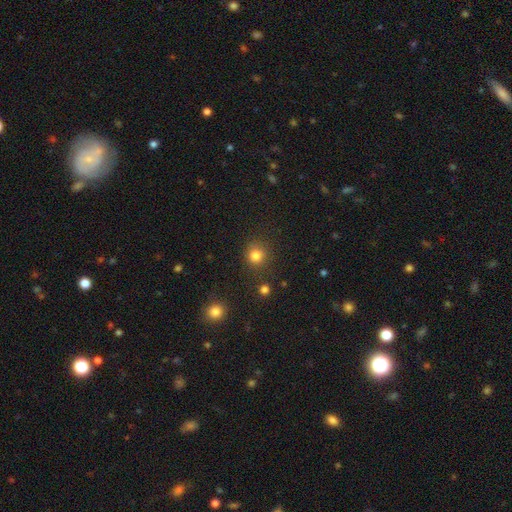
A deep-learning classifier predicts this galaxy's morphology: type=smooth (82%); roundness=round (91%); merging=none (86%).